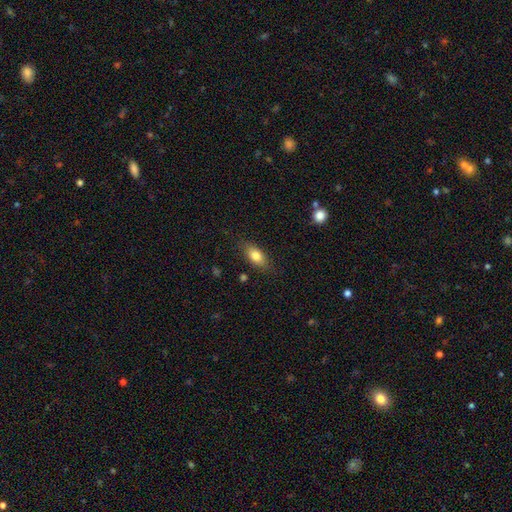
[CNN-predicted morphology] Overall: smooth (81%). How rounded: in between (85%). Merging: none (82%).